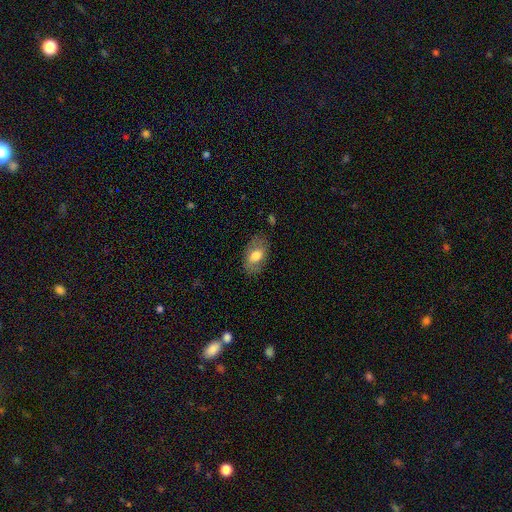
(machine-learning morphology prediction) This appears to be a smooth galaxy with no disk features (69%) that is in between round and cigar-shaped (91%). Merging: none (76%).